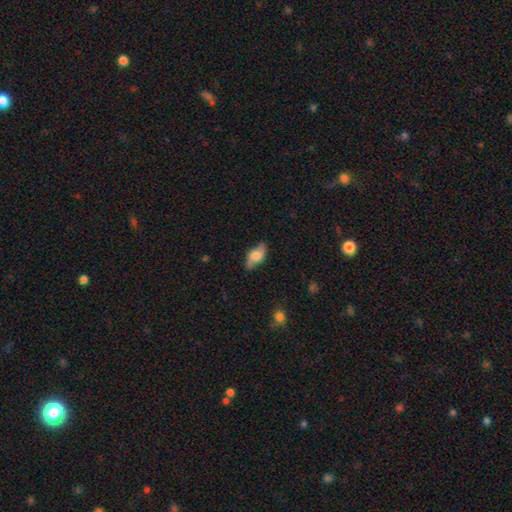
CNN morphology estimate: smooth 58%, featured or disk 34%, star or artifact 7%. Down the decision tree: how rounded — in between (87%); merging — none (78%).